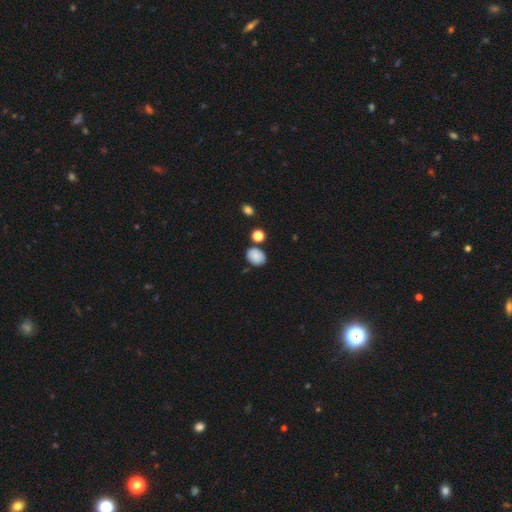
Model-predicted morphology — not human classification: Smooth or featured? smooth (83%)
How rounded? in between (66%)
Merging? none (73%)